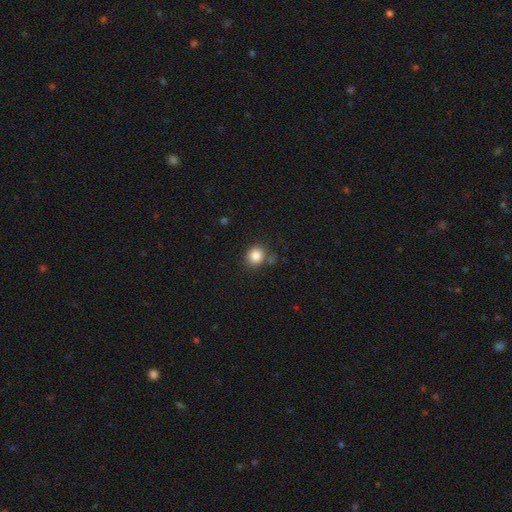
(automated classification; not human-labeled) smooth-or-featured: smooth: 85% | star or artifact: 10% | featured or disk: 5%
  how-rounded: round: 80% | in between: 19% | cigar-shaped: 1%
  merging: none: 77% | minor disturbance: 12% | merger: 7% | major disturbance: 4%